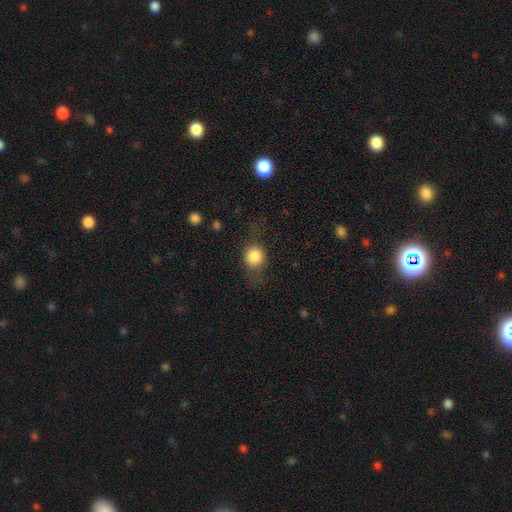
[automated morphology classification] Overall: smooth (79%). How rounded: round (74%). Merging: none (63%).